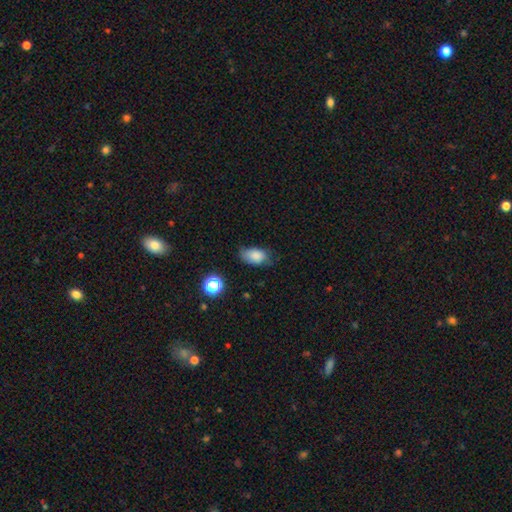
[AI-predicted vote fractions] Overall: smooth (82%). How rounded: in between (89%). Merging: none (57%; minor disturbance 33%).